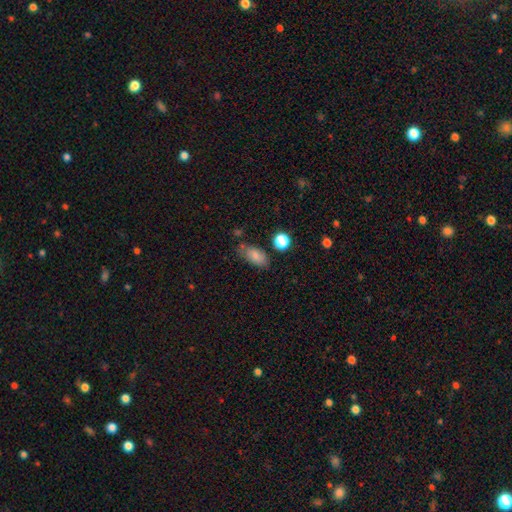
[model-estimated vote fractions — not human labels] This is likely a smooth galaxy (80%). How rounded: clearly in between (88%). Merging: likely none (64%).